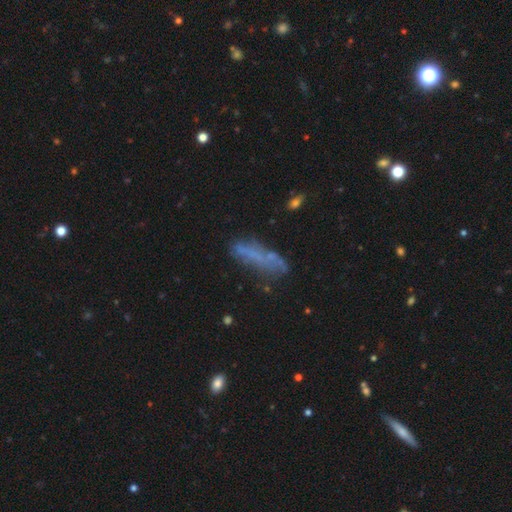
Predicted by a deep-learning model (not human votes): Smooth or featured?
  - smooth: 50% *
  - featured or disk: 36%
  - star or artifact: 14%
Merging?
  - none: 61% *
  - minor disturbance: 23%
  - major disturbance: 12%
  - merger: 5%